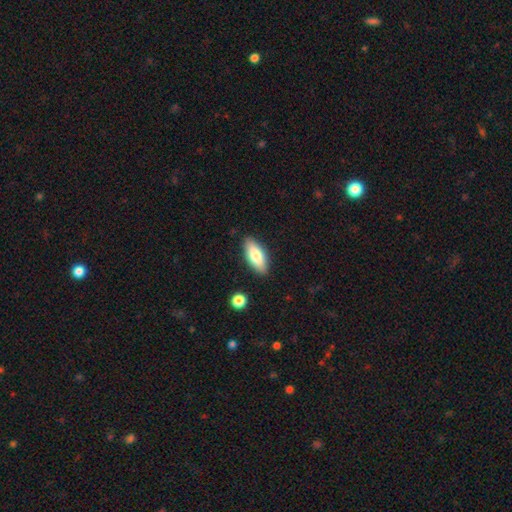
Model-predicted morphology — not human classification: A smooth galaxy with no disk features (77%) that is in between round and cigar-shaped (81%). Merging: none (86%).